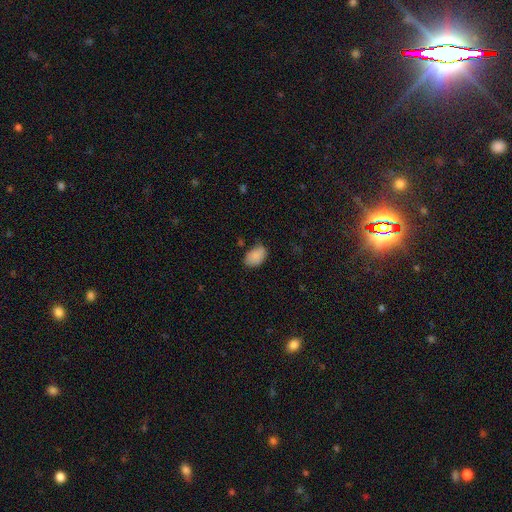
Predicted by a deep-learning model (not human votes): The model was most divided on "merging": none: 66%, minor disturbance: 27%, major disturbance: 5%, merger: 2%. More confident: how rounded — in between (89%); smooth or featured — smooth (87%).